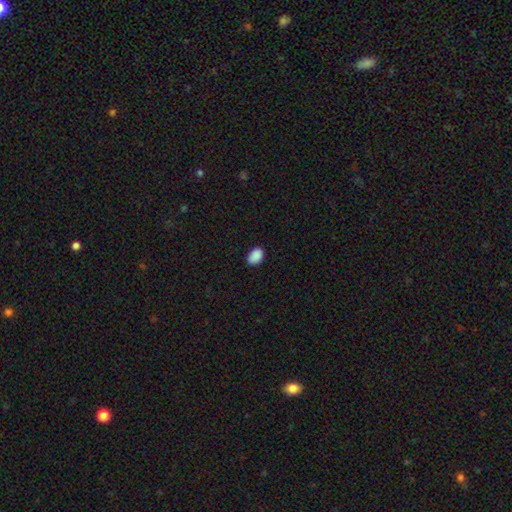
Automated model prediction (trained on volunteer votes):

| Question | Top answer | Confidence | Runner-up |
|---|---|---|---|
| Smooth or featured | smooth | 90% | star or artifact (8%) |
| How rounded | in between | 83% | round (16%) |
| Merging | none | 87% | minor disturbance (10%) |